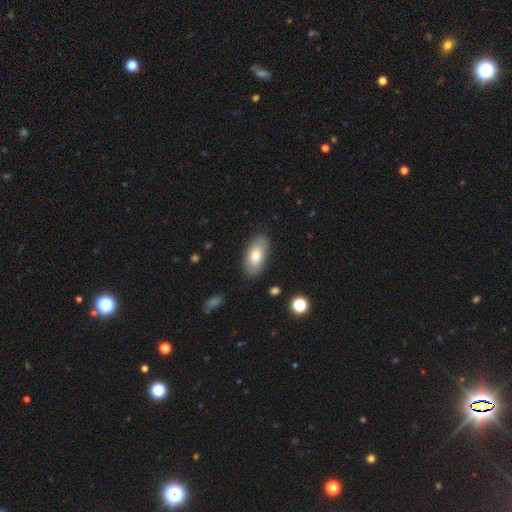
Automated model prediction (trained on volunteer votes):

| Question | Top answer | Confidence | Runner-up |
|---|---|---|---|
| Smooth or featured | smooth | 76% | featured or disk (17%) |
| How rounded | in between | 92% | cigar-shaped (5%) |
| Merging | none | 86% | minor disturbance (10%) |